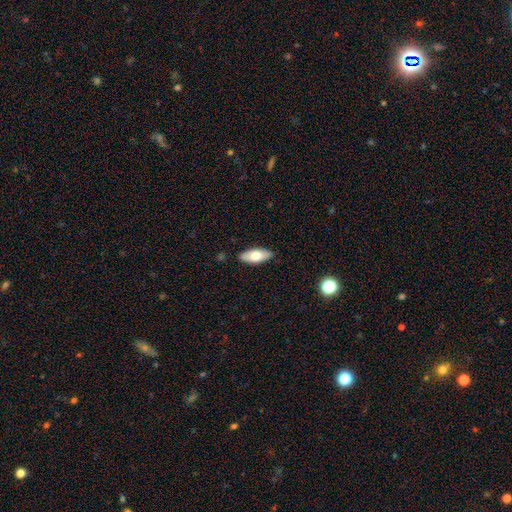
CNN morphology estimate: Smooth or featured?
  - smooth: 69% *
  - featured or disk: 25%
  - star or artifact: 6%
How rounded?
  - in between: 84% *
  - cigar-shaped: 14%
  - round: 2%
Merging?
  - none: 87% *
  - minor disturbance: 10%
  - major disturbance: 2%
  - merger: 1%